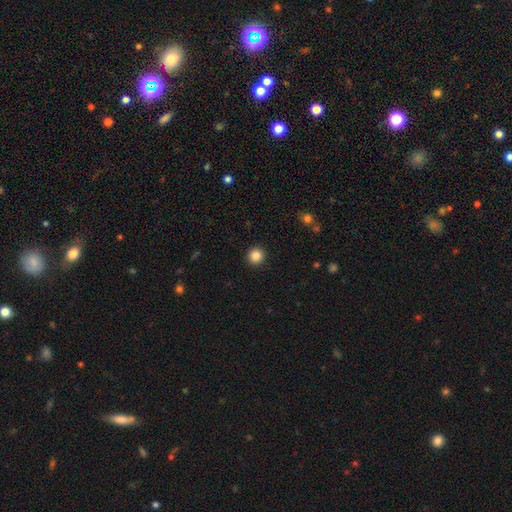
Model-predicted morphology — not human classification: Q: Smooth or featured?
A: smooth (85%); runner-up: star or artifact (10%)
Q: How rounded?
A: round (94%); runner-up: in between (5%)
Q: Merging?
A: none (93%); runner-up: minor disturbance (4%)